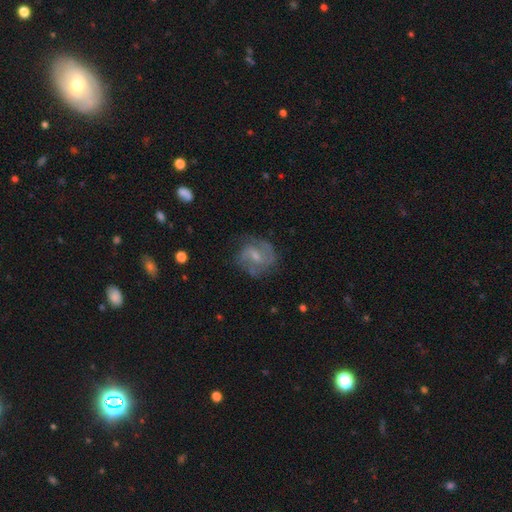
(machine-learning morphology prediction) This appears to be a featured or disk galaxy (70%) with a weak bar (57%), 2 (68%) medium (48%) spiral arms (87%) and a small central bulge (54%). Merging: none (67%).